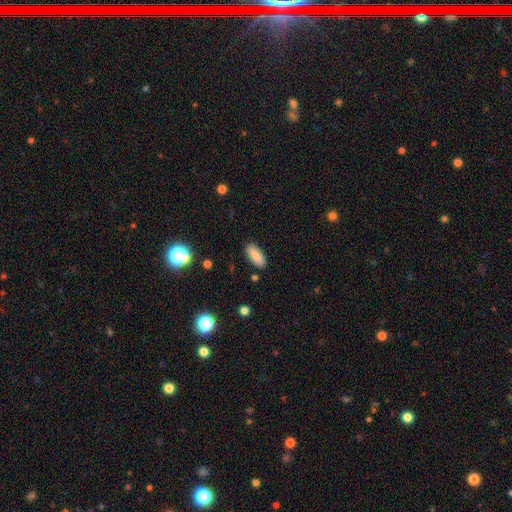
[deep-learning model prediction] This is clearly a smooth galaxy (83%). How rounded: clearly in between (83%). Merging: clearly none (88%).